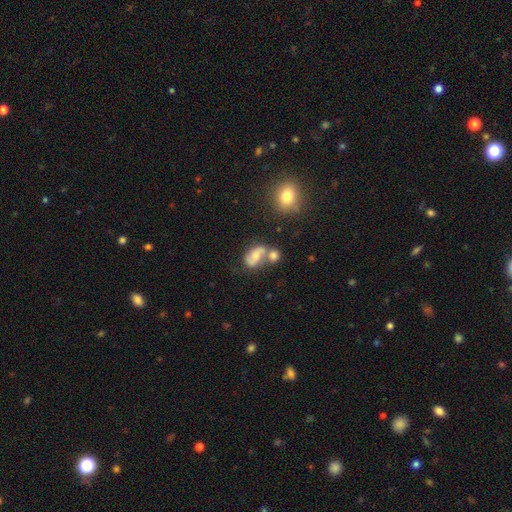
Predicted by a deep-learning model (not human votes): The model was most divided on "merging": merger: 41%, none: 37%, minor disturbance: 14%, major disturbance: 8%. More confident: edge-on disk — no (96%); spiral arms — yes (76%); bulge size — moderate (61%); bar — no (57%); smooth or featured — featured or disk (52%).